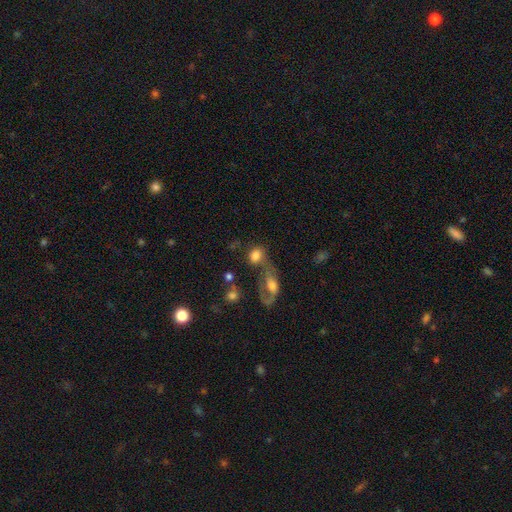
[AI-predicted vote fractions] Q: Smooth or featured?
A: smooth (73%); runner-up: featured or disk (17%)
Q: How rounded?
A: round (50%); runner-up: in between (47%)
Q: Merging?
A: merger (51%); runner-up: none (27%)